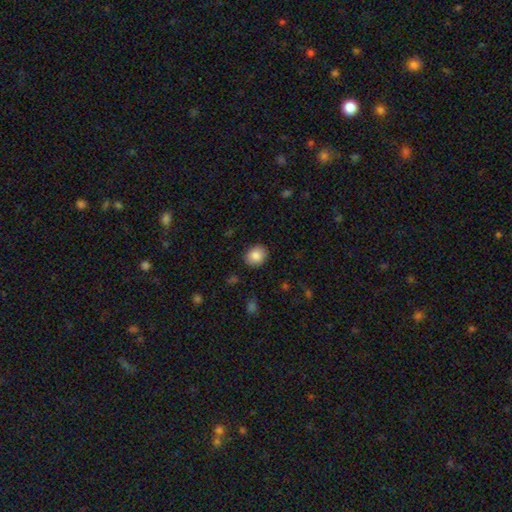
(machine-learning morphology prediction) A smooth galaxy with no disk features (86%) that is round (62%). Merging: none (89%).